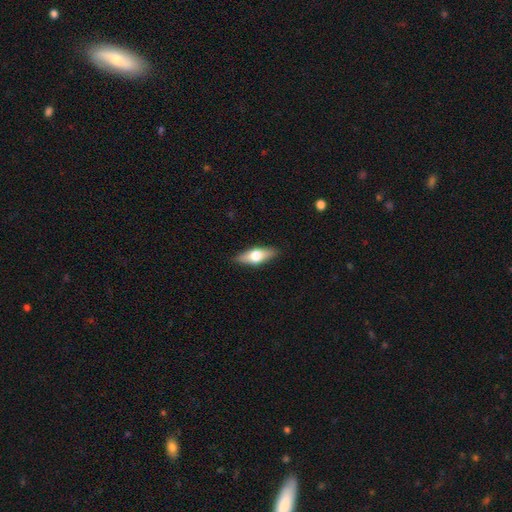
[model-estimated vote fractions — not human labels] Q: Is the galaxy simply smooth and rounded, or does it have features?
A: smooth — 55%.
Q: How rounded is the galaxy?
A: in between — 68%.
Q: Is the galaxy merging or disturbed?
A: none — 87%.